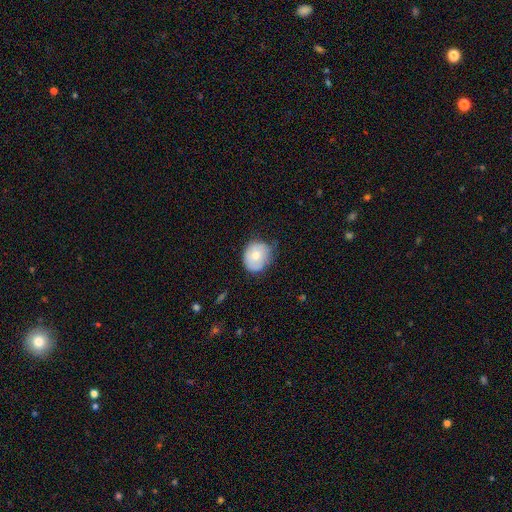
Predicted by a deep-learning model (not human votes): This appears to be a smooth galaxy with no disk features (68%) that is round (67%). Merging: none (62%).